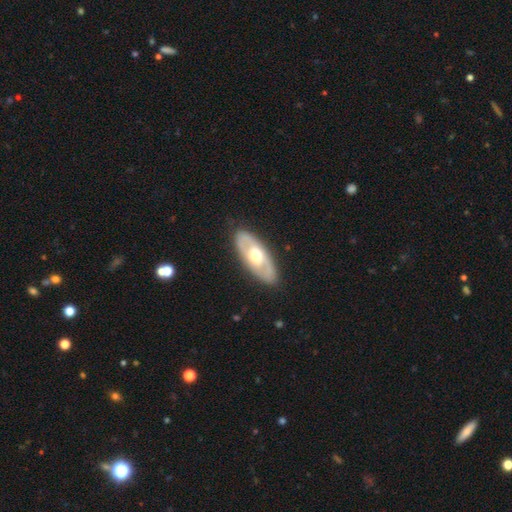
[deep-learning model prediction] A featured or disk galaxy (61%).

Vote fractions:
- Smooth or featured? featured or disk: 61% / smooth: 35% / star or artifact: 4%
- Edge-on disk? no: 82% / yes: 18%
- Merging? none: 87% / minor disturbance: 10% / major disturbance: 3% / merger: 1%